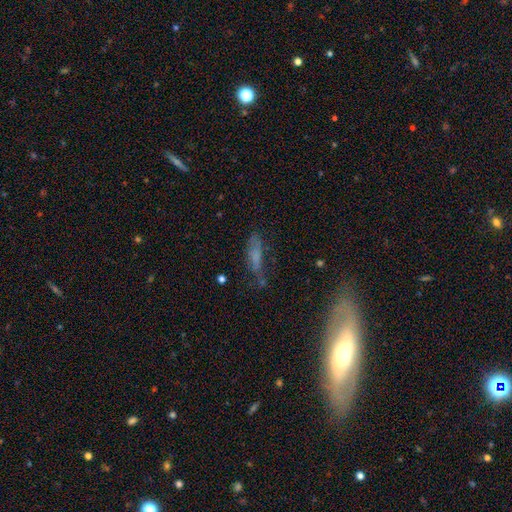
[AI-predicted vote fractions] Morphology: type=smooth (53%); roundness=cigar-shaped (55%); merging=none (46%).